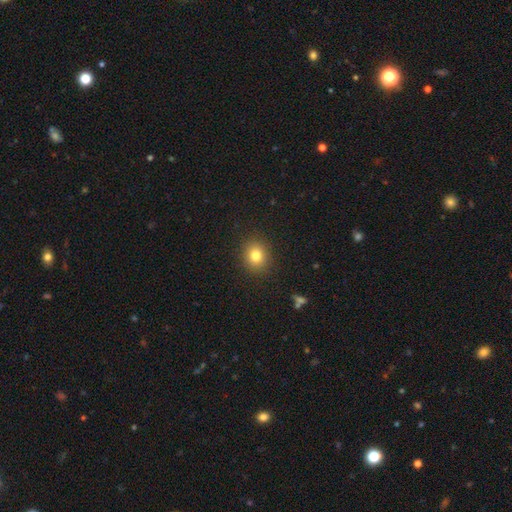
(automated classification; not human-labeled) This appears to be a smooth galaxy with no disk features (80%) that is round (75%). Merging: none (90%).